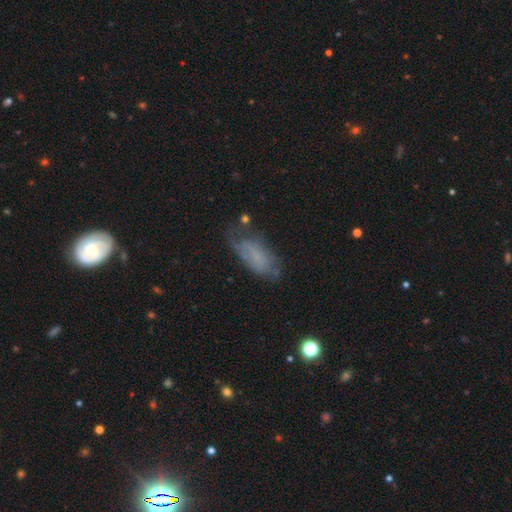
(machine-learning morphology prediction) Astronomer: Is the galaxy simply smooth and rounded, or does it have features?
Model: smooth — 57%.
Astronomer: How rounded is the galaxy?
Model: in between — 84%.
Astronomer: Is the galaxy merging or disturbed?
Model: none — 47% (runner-up: minor disturbance, 31%).